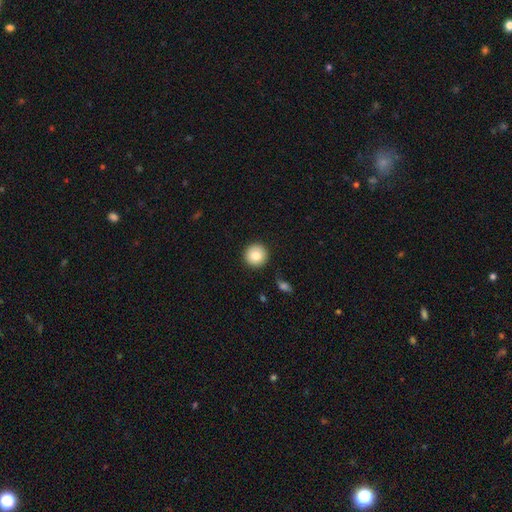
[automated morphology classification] smooth-or-featured: smooth: 82% | featured or disk: 10% | star or artifact: 9%
  how-rounded: round: 96% | in between: 3% | cigar-shaped: 1%
  merging: none: 91% | minor disturbance: 6% | major disturbance: 2% | merger: 1%